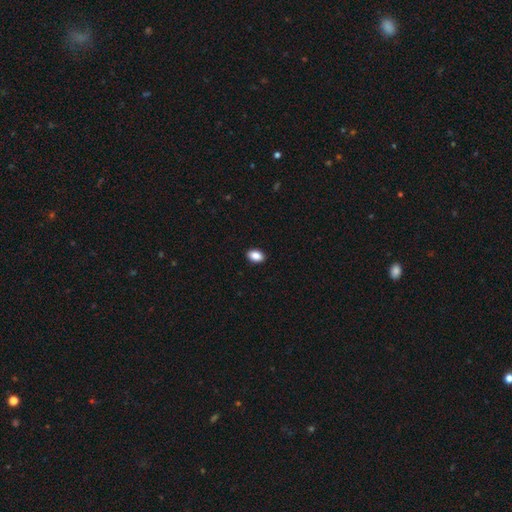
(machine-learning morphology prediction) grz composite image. It shows a smooth galaxy with no disk features (89%) that is in between round and cigar-shaped (86%). Merging: none (91%).